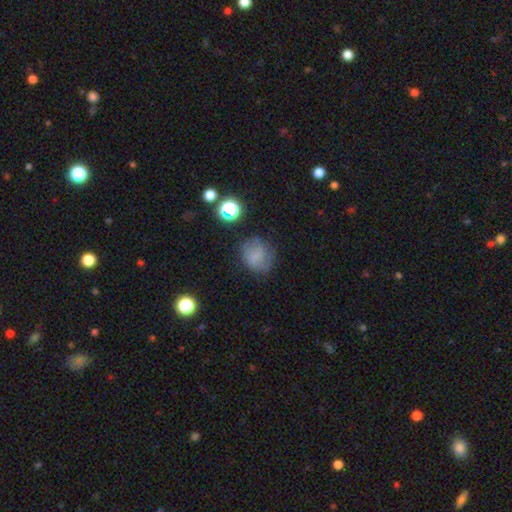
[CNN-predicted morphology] Q: Smooth or featured?
A: smooth (69%); runner-up: featured or disk (17%)
Q: How rounded?
A: round (75%); runner-up: in between (24%)
Q: Merging?
A: none (67%); runner-up: minor disturbance (21%)